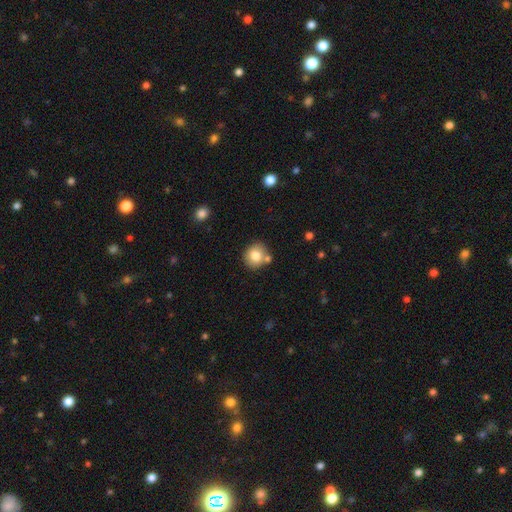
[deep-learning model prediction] Overall: smooth (79%). How rounded: round (82%). Merging: none (72%).